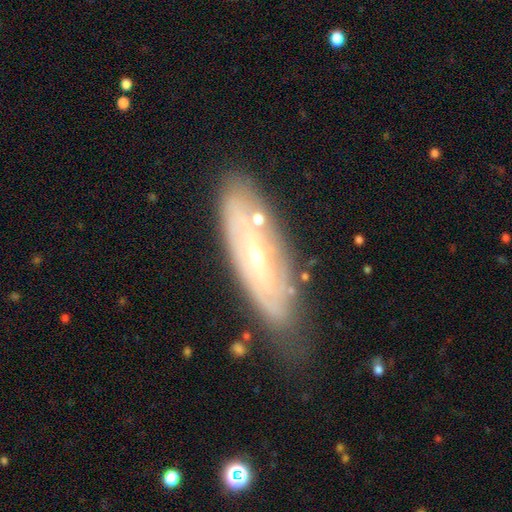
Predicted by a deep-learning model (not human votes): This is likely a featured or disk galaxy (68%). It is likely not viewed edge-on (75%). Bar: likely no (70%). Spiral arm pattern: likely yes (65%). Central bulge: likely small (77%). Merging: likely none (71%).